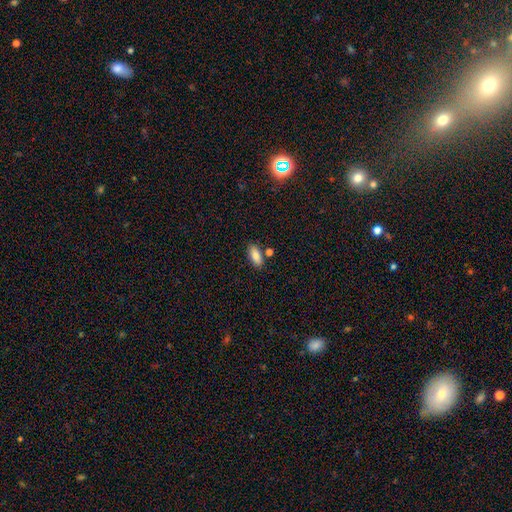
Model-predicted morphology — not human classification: smooth 86%, star or artifact 8%, featured or disk 6%. Down the decision tree: how rounded — in between (84%); merging — none (78%).